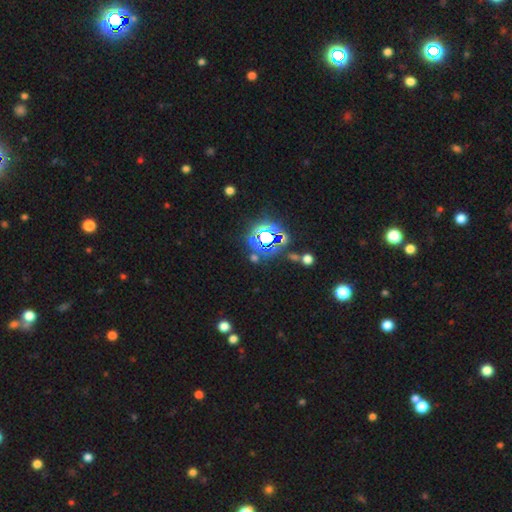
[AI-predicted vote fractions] smooth_or_featured: star or artifact (p=0.76) [alt: smooth p=0.16]